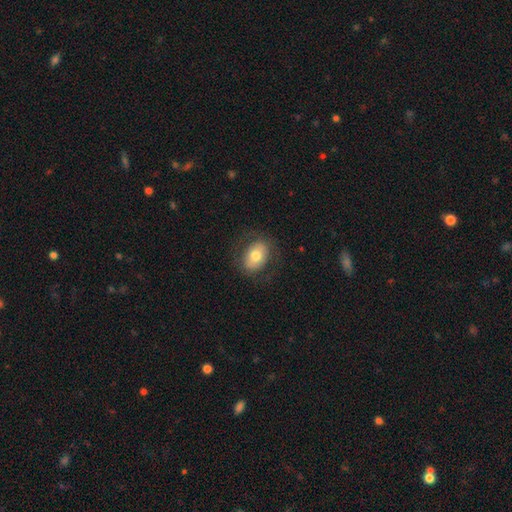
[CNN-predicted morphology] smooth 69%, featured or disk 23%, star or artifact 8%. Down the decision tree: how rounded — in between (71%); merging — none (78%).